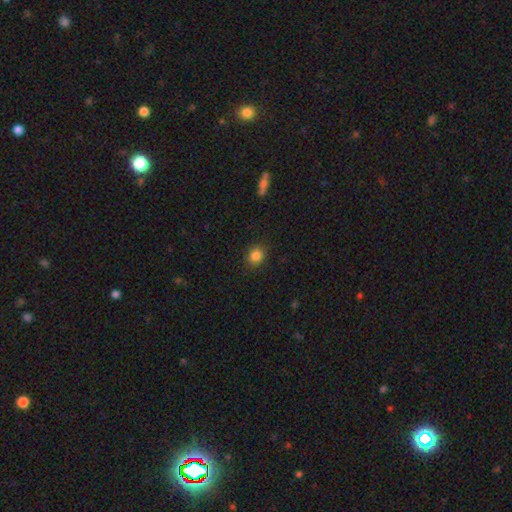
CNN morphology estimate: A smooth galaxy with no disk features (85%) that is round (73%).

Vote fractions:
- Smooth or featured? smooth: 85% / star or artifact: 11% / featured or disk: 4%
- How rounded? round: 73% / in between: 26% / cigar-shaped: 1%
- Merging? none: 88% / minor disturbance: 8% / major disturbance: 2% / merger: 1%